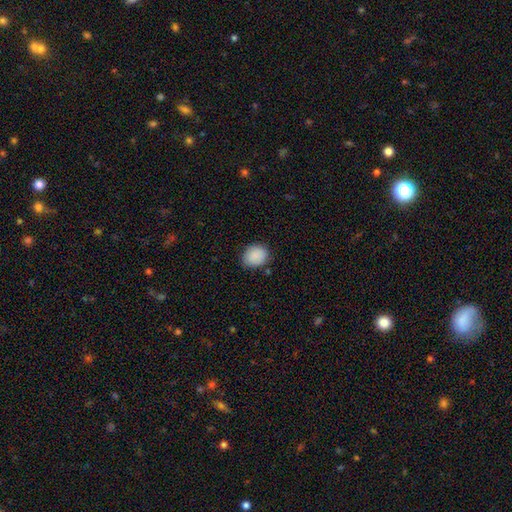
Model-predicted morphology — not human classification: Smooth or featured? Predicted: smooth (p=0.89). How rounded? Predicted: round (p=0.59). Merging? Predicted: none (p=0.81).